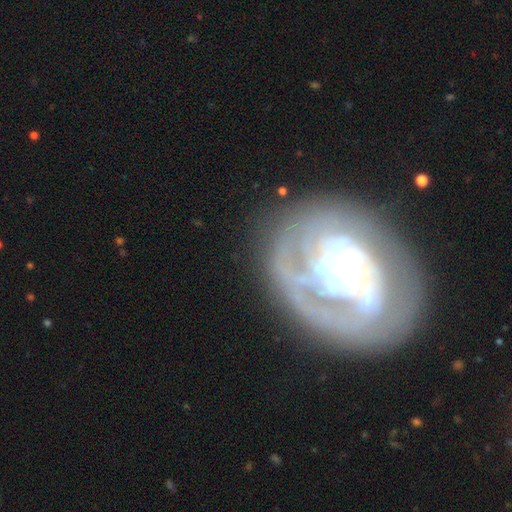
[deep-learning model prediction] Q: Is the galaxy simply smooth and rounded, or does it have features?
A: featured or disk — 78%.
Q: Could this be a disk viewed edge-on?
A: no — 97%.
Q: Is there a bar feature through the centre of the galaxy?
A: no — 58%.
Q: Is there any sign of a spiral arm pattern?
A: yes — 72%.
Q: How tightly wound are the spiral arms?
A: tight — 68%.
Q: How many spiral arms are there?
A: can't tell — 42%.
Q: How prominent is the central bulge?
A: small — 44%.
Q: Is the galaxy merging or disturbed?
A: none — 60%.